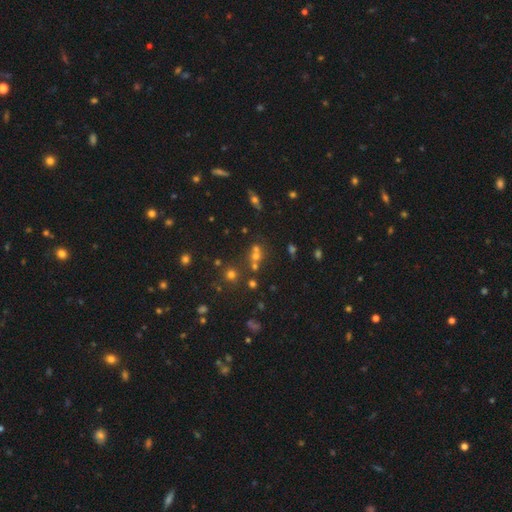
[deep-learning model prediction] Morphology: type=smooth (43%, tied with star or artifact); merging=none (56%).